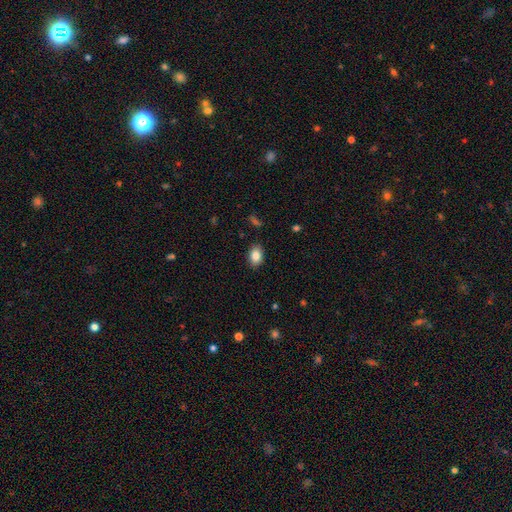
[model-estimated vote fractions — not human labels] The model was most divided on "how rounded": in between: 84%, round: 15%, cigar-shaped: 1%. More confident: merging — none (87%); smooth or featured — smooth (85%).